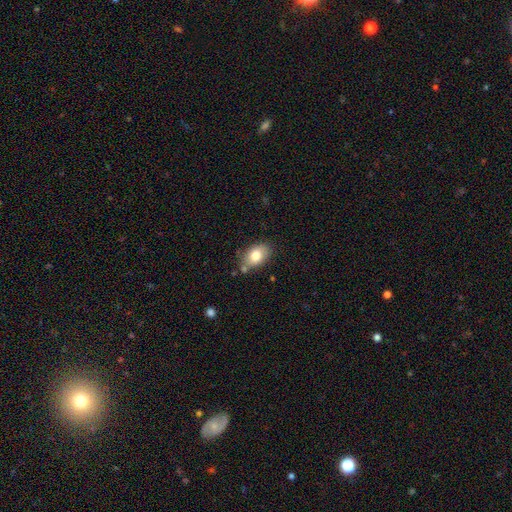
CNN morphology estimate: type=smooth (80%); roundness=in between (85%); merging=none (72%).